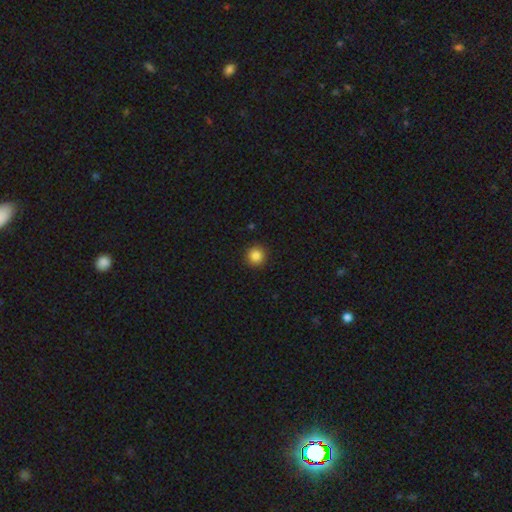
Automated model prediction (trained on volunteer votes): smooth 86%, star or artifact 10%, featured or disk 3%. Down the decision tree: how rounded — round (95%); merging — none (92%).